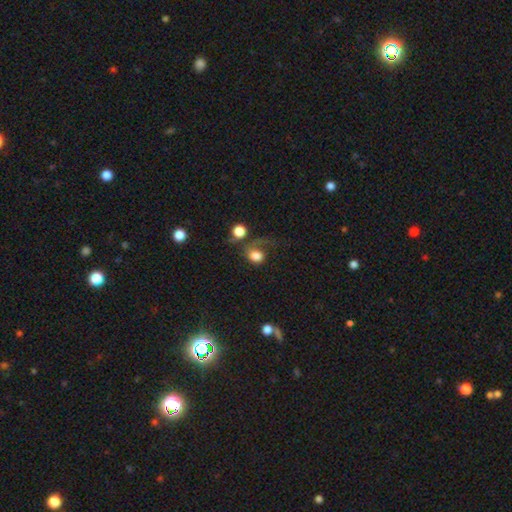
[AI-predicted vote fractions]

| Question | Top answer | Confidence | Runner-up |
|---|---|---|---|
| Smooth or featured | smooth | 70% | featured or disk (20%) |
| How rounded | round | 57% | in between (42%) |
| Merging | major disturbance | 40% | none (30%) |